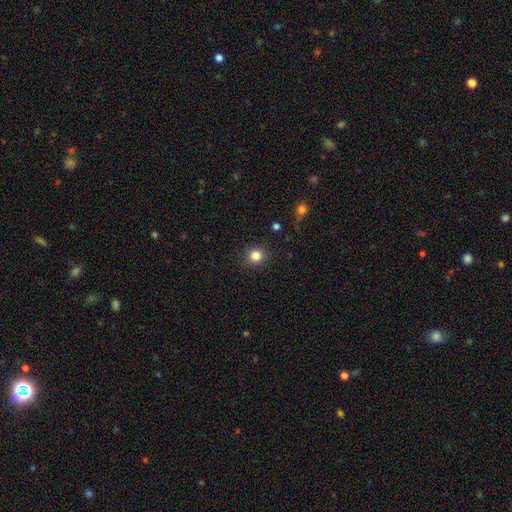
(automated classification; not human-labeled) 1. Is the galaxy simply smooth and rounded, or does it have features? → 83% smooth, 12% star or artifact, 5% featured or disk.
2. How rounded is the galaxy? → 89% round, 10% in between, 1% cigar-shaped.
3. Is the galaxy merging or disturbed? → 90% none, 7% minor disturbance, 2% major disturbance, 1% merger.